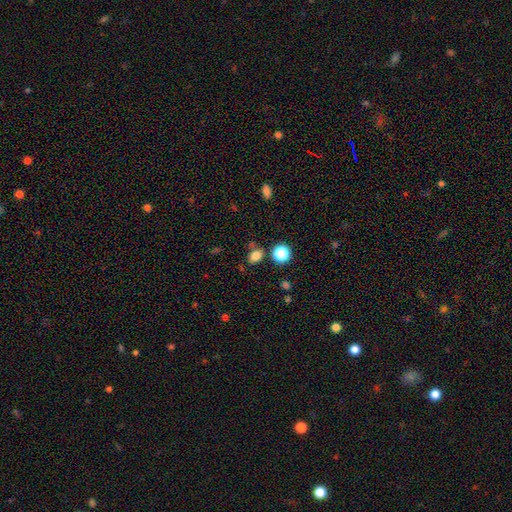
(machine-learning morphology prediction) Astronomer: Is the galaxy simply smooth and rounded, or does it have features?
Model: smooth — 80%.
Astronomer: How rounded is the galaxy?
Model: in between — 58% (runner-up: round, 41%).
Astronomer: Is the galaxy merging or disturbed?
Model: none — 73%.